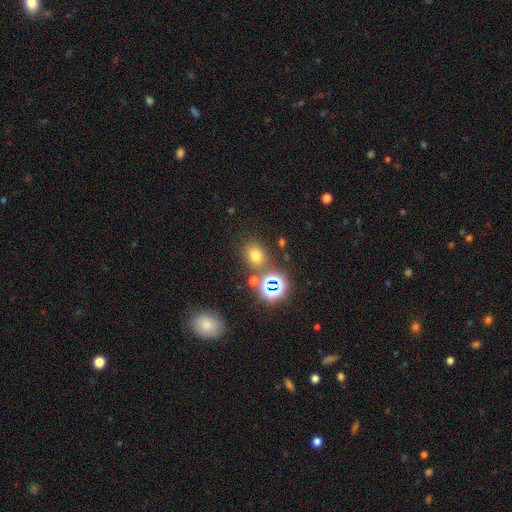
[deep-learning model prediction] Smooth or featured: smooth — 63% (star or artifact — 28%)
How rounded: round — 56% (in between — 43%)
Merging: none — 74% (minor disturbance — 11%)